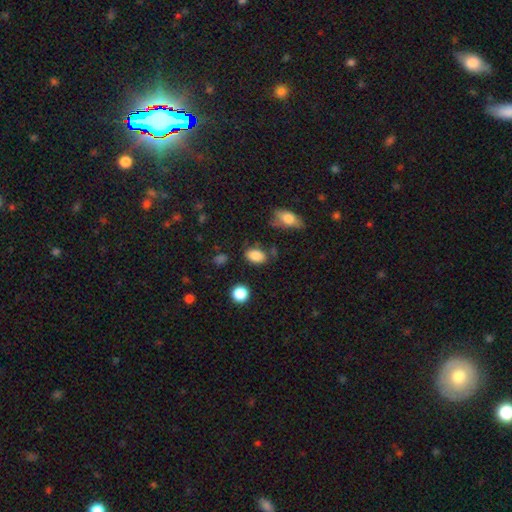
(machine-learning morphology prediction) A smooth galaxy with no disk features (85%) that is in between round and cigar-shaped (85%). Merging: none (76%).